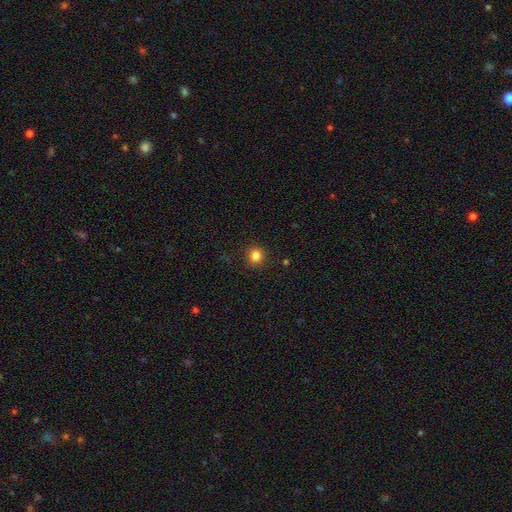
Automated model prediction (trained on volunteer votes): A smooth galaxy with no disk features (83%) that is round (91%). Merging: none (91%).